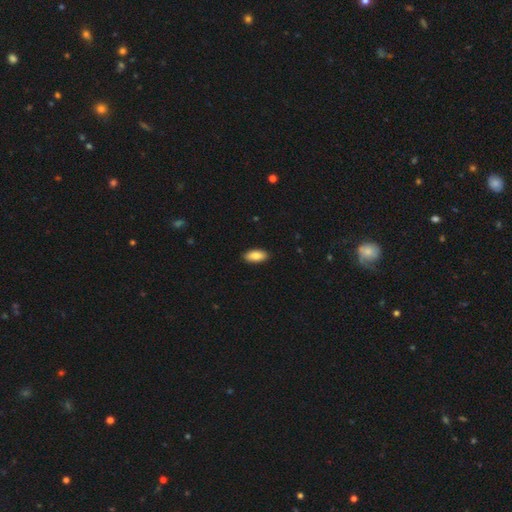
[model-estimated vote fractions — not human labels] Morphology: type=smooth (87%); roundness=in between (90%); merging=none (89%).